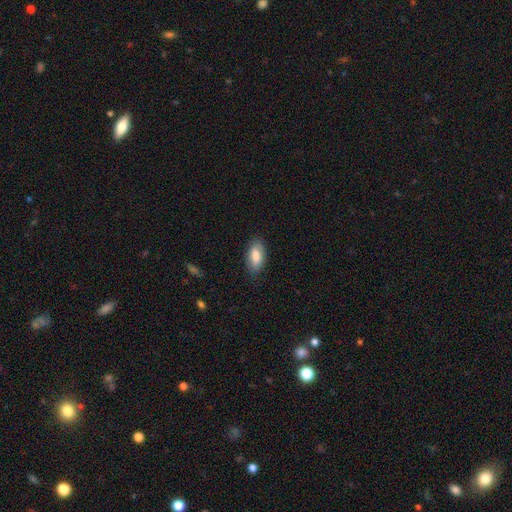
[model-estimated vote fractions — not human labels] Overall: smooth (81%). How rounded: in between (91%). Merging: none (81%).